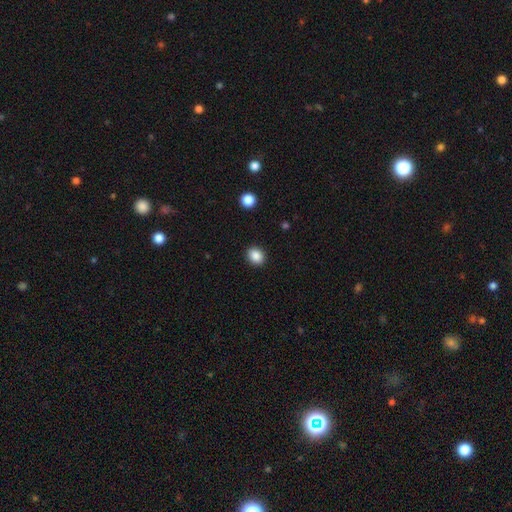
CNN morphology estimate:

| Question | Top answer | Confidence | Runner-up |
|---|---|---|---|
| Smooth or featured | smooth | 87% | star or artifact (10%) |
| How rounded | round | 59% | in between (41%) |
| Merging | none | 91% | minor disturbance (6%) |